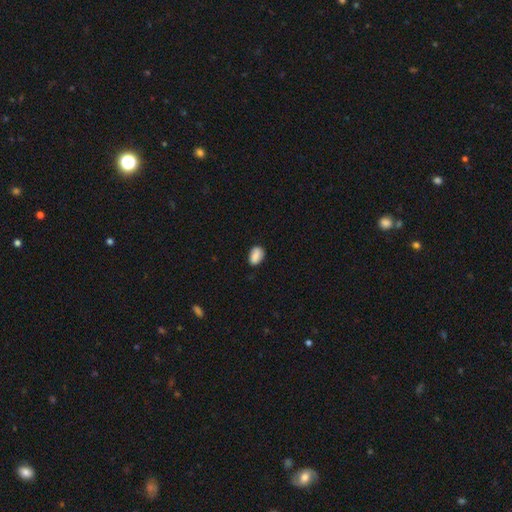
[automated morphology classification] smooth 85%, star or artifact 8%, featured or disk 7%. Down the decision tree: how rounded — in between (84%); merging — none (76%).